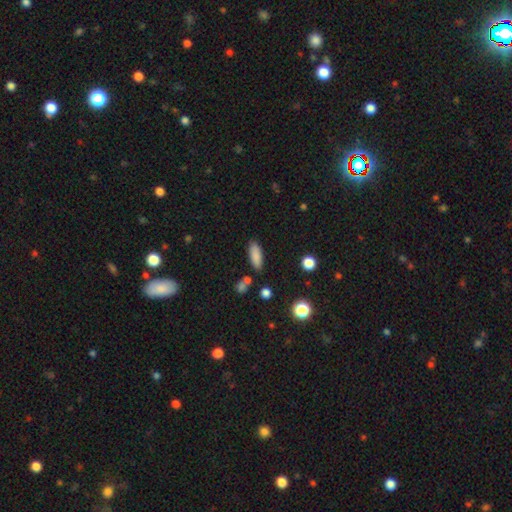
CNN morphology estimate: Smooth or featured?
  - smooth: 85% *
  - star or artifact: 8%
  - featured or disk: 7%
How rounded?
  - in between: 64% *
  - cigar-shaped: 34%
  - round: 2%
Merging?
  - none: 80% *
  - minor disturbance: 11%
  - merger: 6%
  - major disturbance: 3%